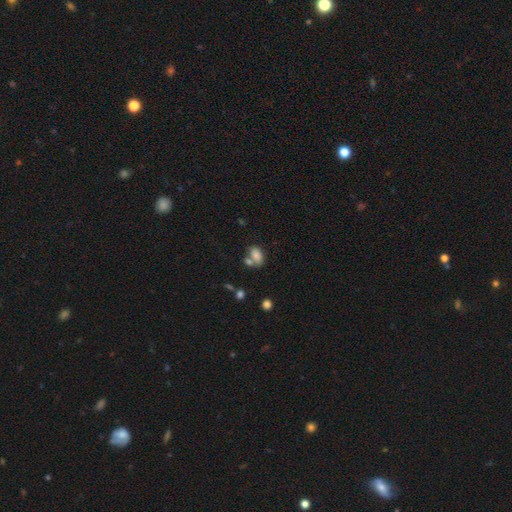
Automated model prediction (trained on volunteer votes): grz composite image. It shows a smooth galaxy with no disk features (79%) that is in between round and cigar-shaped (86%). Merging: merger (39%, tied with none).